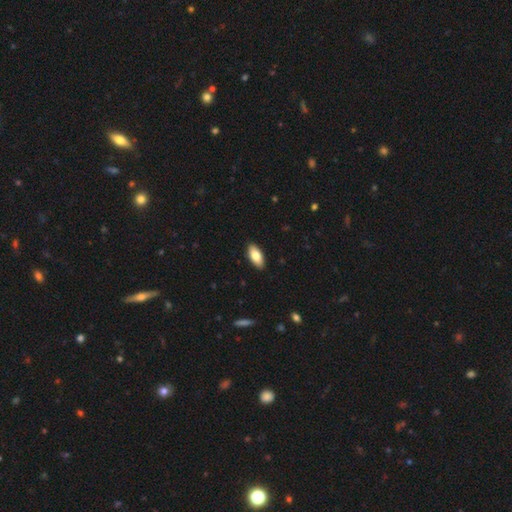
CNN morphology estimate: Q: Smooth or featured?
A: smooth (81%); runner-up: featured or disk (13%)
Q: How rounded?
A: in between (89%); runner-up: cigar-shaped (9%)
Q: Merging?
A: none (90%); runner-up: minor disturbance (8%)